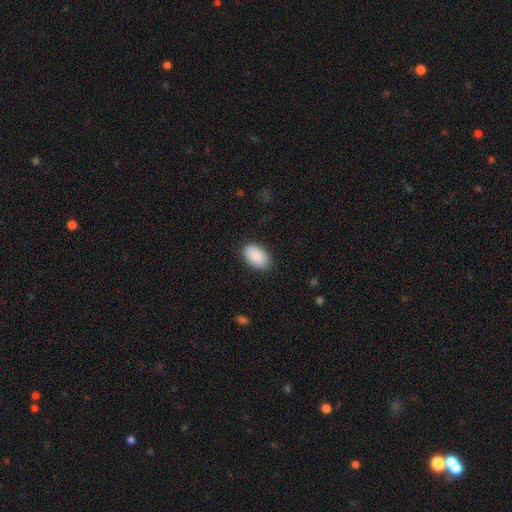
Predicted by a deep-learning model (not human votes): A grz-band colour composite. It shows a smooth galaxy with no disk features (90%) that is in between round and cigar-shaped (93%). Merging: none (87%).